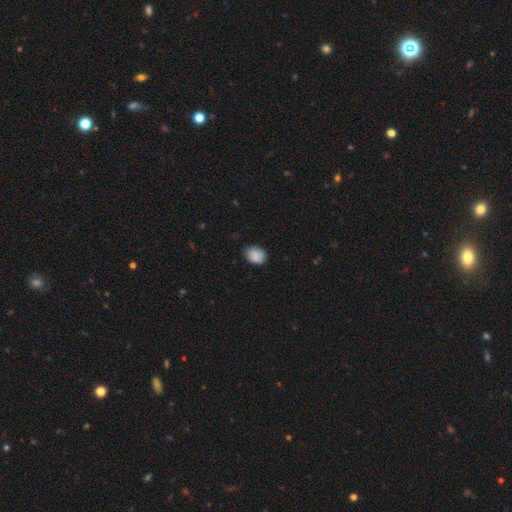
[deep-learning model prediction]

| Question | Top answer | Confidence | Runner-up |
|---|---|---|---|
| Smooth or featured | smooth | 88% | star or artifact (7%) |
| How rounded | in between | 63% | round (36%) |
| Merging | none | 80% | minor disturbance (16%) |